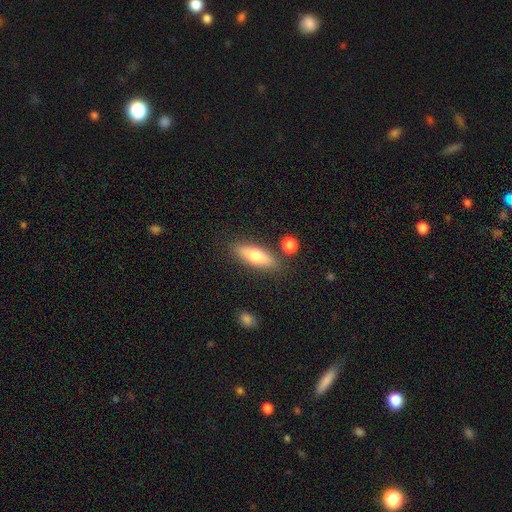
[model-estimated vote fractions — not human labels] Smooth or featured? smooth (69%)
How rounded? in between (51%)
Merging? none (80%)